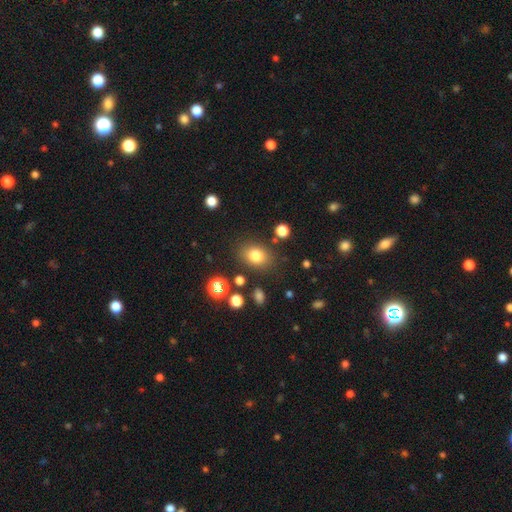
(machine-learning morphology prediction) Smooth or featured? Predicted: smooth (p=0.78). How rounded? Predicted: in between (p=0.60). Merging? Predicted: none (p=0.80).